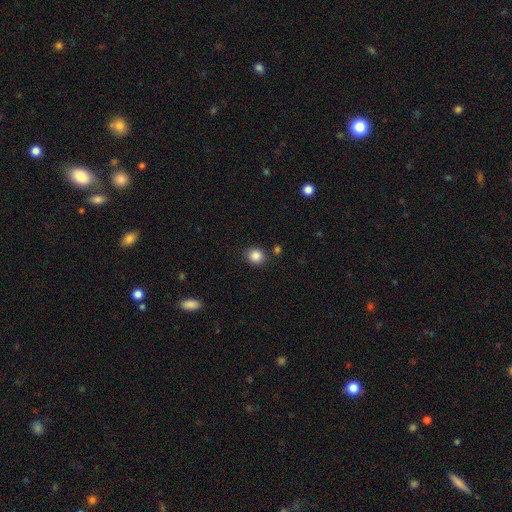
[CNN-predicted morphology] Smooth or featured?
  - smooth: 86% *
  - star or artifact: 10%
  - featured or disk: 4%
How rounded?
  - round: 82% *
  - in between: 17%
  - cigar-shaped: 1%
Merging?
  - none: 83% *
  - minor disturbance: 9%
  - merger: 5%
  - major disturbance: 3%